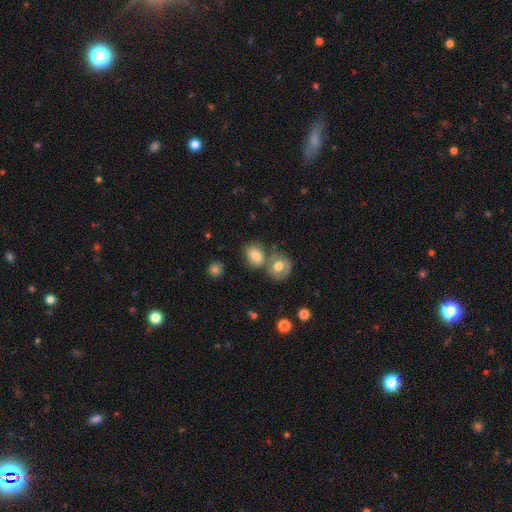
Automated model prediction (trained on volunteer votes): This is likely a smooth galaxy (76%). How rounded: possibly in between (56%). Merging: possibly none (46%).